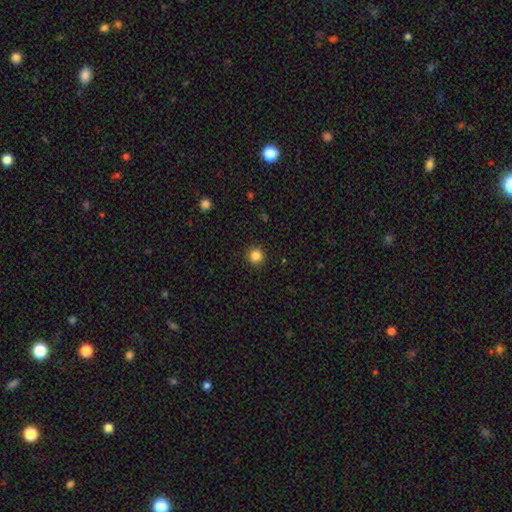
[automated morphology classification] smooth-or-featured: smooth: 85% | star or artifact: 12% | featured or disk: 4%
  how-rounded: round: 95% | in between: 4% | cigar-shaped: 1%
  merging: none: 92% | minor disturbance: 5% | major disturbance: 2% | merger: 1%